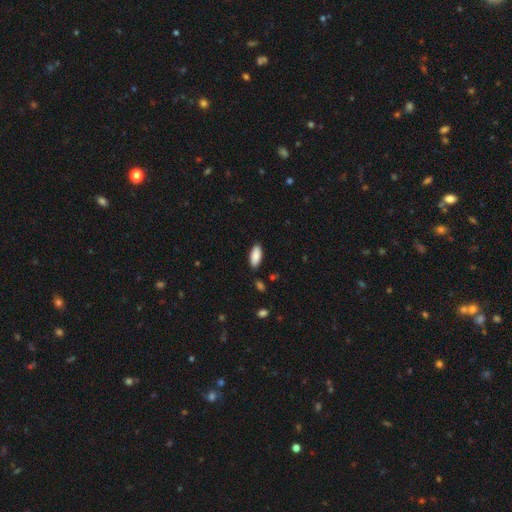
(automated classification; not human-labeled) A smooth galaxy with no disk features (90%) that is in between round and cigar-shaped (86%). Merging: none (87%).